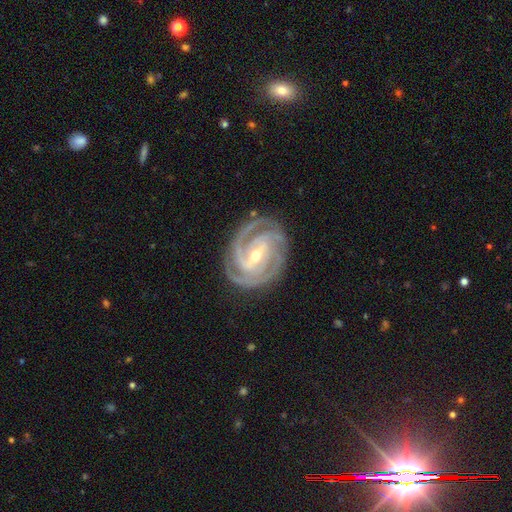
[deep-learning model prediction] A featured or disk galaxy (93%) with a strong bar (47%), 3 (47%) tight (74%) spiral arms (99%) and a small central bulge (49%).

Vote fractions:
- Smooth or featured? featured or disk: 93% / star or artifact: 4% / smooth: 3%
- Edge-on disk? no: 97% / yes: 3%
- Bar? strong: 47% / weak: 39% / no: 14%
- Spiral arms? yes: 99% / no: 1%
- Spiral winding? tight: 74% / medium: 23% / loose: 2%
- Spiral arm count? 3: 47% / 2: 23% / 4: 14% / can't tell: 8% / more than 4: 4% / 1: 4%
- Bulge size? small: 49% / moderate: 48% / large: 1% / none: 1% / dominant: 1%
- Merging? none: 81% / minor disturbance: 14% / major disturbance: 4% / merger: 1%